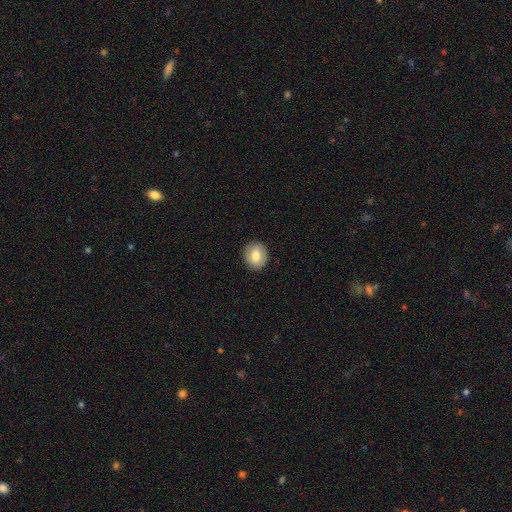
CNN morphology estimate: Q: Smooth or featured?
A: smooth (77%); runner-up: featured or disk (16%)
Q: How rounded?
A: round (75%); runner-up: in between (24%)
Q: Merging?
A: none (89%); runner-up: minor disturbance (8%)